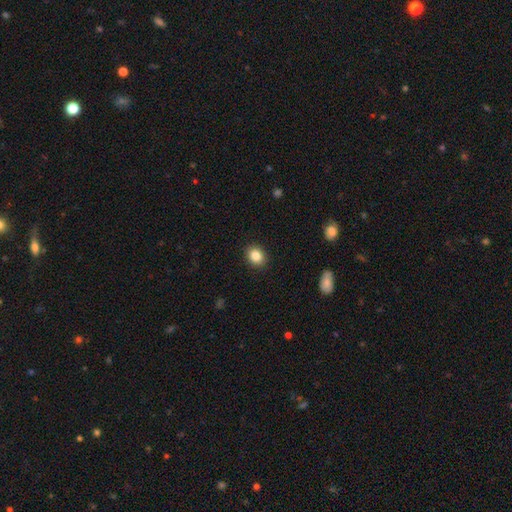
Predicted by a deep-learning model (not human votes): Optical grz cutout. It shows a smooth galaxy with no disk features (85%) that is round (60%). Merging: none (91%).